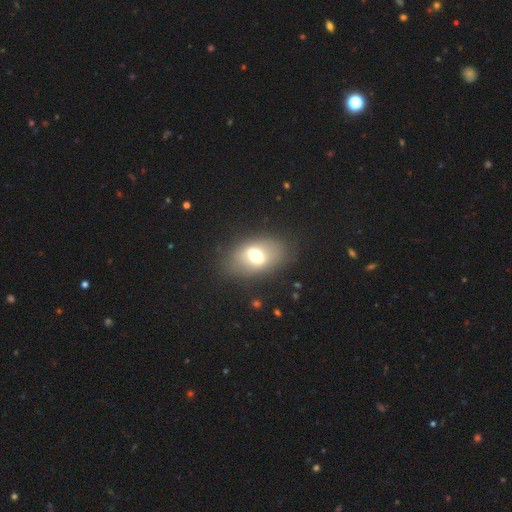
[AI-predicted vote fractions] A smooth galaxy with no disk features (52%) that is in between round and cigar-shaped (81%).

Vote fractions:
- Smooth or featured? smooth: 52% / featured or disk: 37% / star or artifact: 11%
- How rounded? in between: 81% / round: 17% / cigar-shaped: 2%
- Merging? none: 77% / minor disturbance: 13% / major disturbance: 8% / merger: 2%